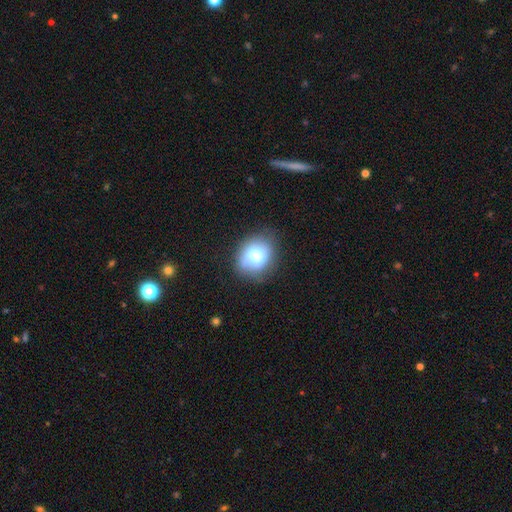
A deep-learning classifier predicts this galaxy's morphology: This is likely a smooth galaxy (72%). How rounded: possibly round (57%). Merging: likely none (70%).